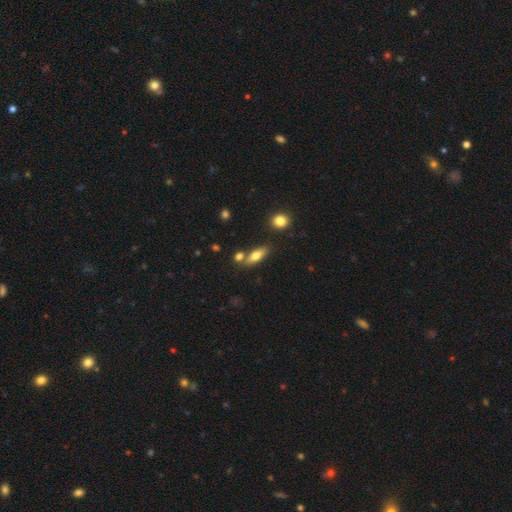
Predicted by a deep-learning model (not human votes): Smooth or featured? Predicted: smooth (p=0.68). How rounded? Predicted: in between (p=0.66). Merging? Predicted: none (p=0.68).